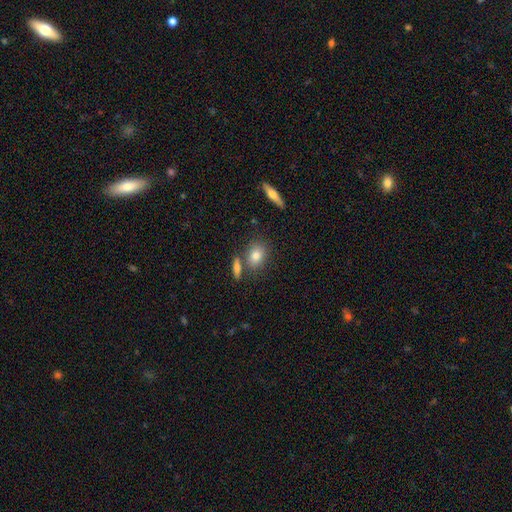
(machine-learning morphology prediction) The model was most divided on "how rounded": in between: 56%, round: 39%, cigar-shaped: 5%. More confident: smooth or featured — smooth (78%); merging — none (70%).